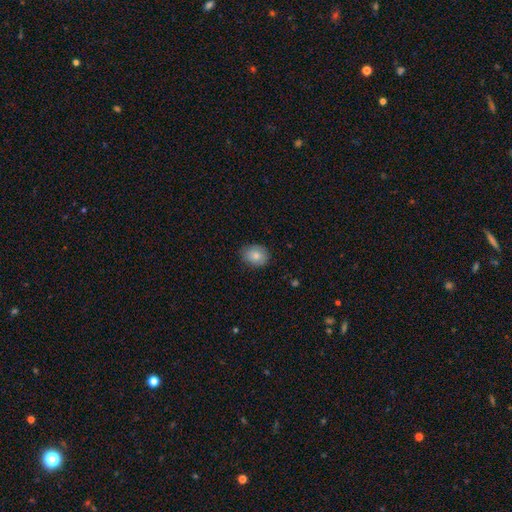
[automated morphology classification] Overall: smooth (81%). How rounded: round (53%; in between 46%). Merging: none (82%).